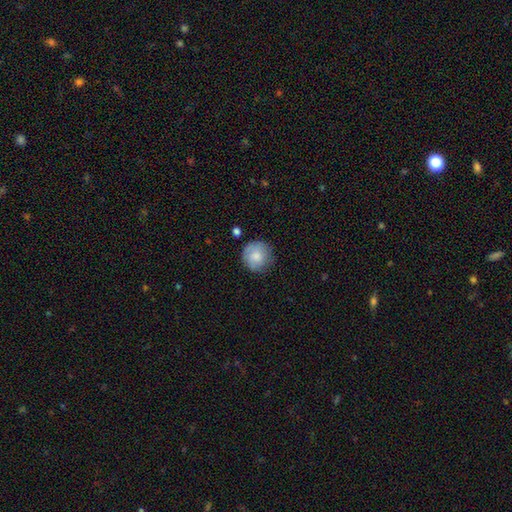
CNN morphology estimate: This is likely a smooth galaxy (76%). How rounded: clearly round (92%). Merging: likely none (76%).